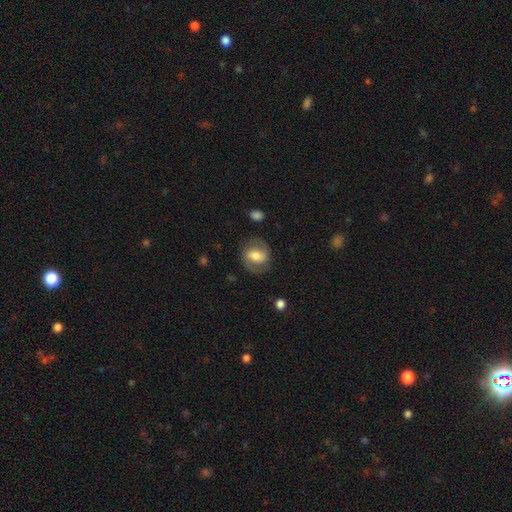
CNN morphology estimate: featured or disk 53%, smooth 40%, star or artifact 7%. Down the decision tree: edge-on disk — no (96%); bar — weak (40%); spiral arms — yes (78%); bulge size — moderate (53%); merging — none (76%).